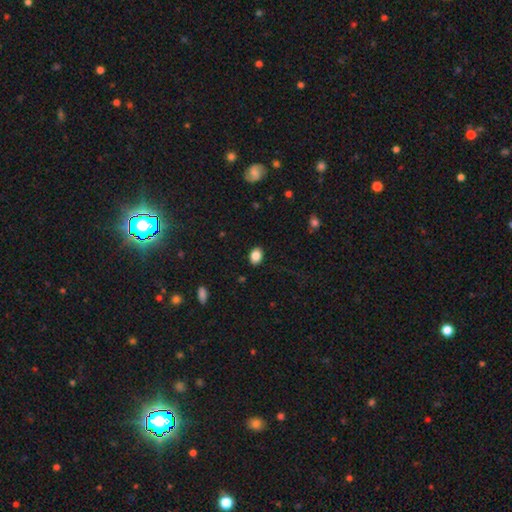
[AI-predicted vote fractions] A smooth galaxy with no disk features (86%) that is in between round and cigar-shaped (73%).

Vote fractions:
- Smooth or featured? smooth: 86% / star or artifact: 9% / featured or disk: 5%
- How rounded? in between: 73% / round: 25% / cigar-shaped: 1%
- Merging? none: 88% / minor disturbance: 9% / major disturbance: 2% / merger: 1%